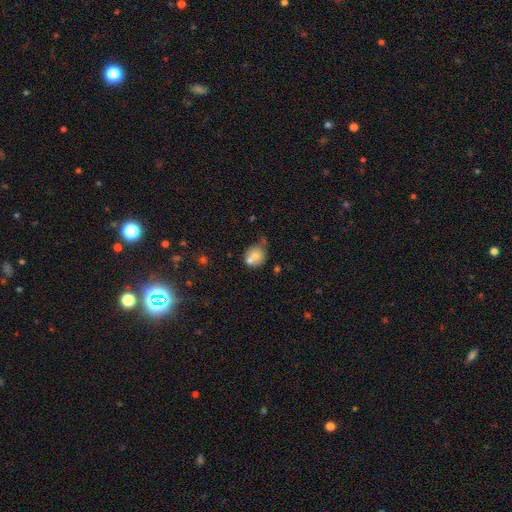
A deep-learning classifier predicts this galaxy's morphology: Smooth or featured? smooth (69%)
How rounded? round (67%)
Merging? merger (40%)